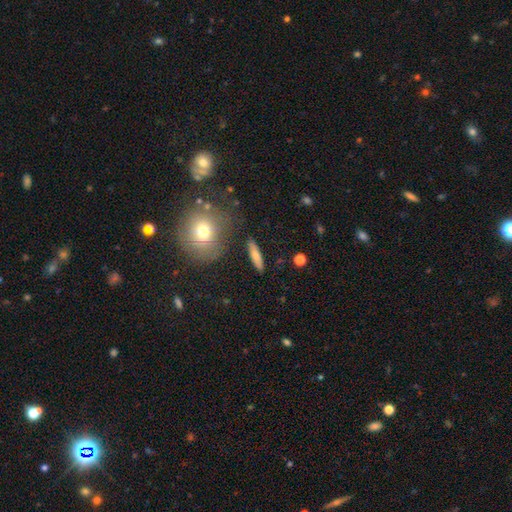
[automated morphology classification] smooth_or_featured: smooth (p=0.75) [alt: featured or disk p=0.19]
how_rounded: cigar-shaped (p=0.75) [alt: in between p=0.21]
merging: none (p=0.88) [alt: minor disturbance p=0.07]